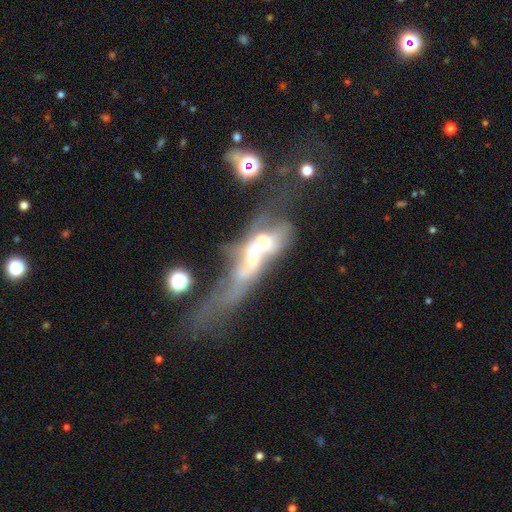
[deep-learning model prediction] A featured or disk galaxy (63%).

Vote fractions:
- Smooth or featured? featured or disk: 63% / smooth: 24% / star or artifact: 13%
- Edge-on disk? no: 78% / yes: 22%
- Merging? merger: 62% / major disturbance: 24% / none: 8% / minor disturbance: 6%